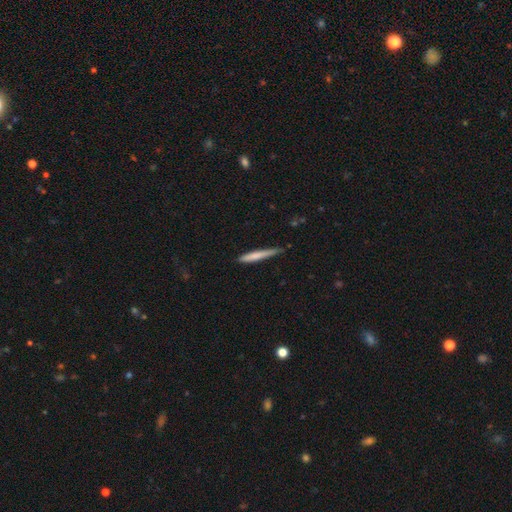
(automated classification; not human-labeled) Smooth or featured? Predicted: smooth (p=0.70). How rounded? Predicted: cigar-shaped (p=0.95). Merging? Predicted: none (p=0.71).